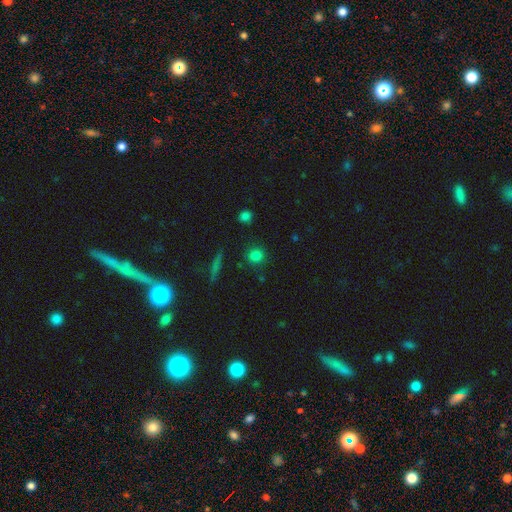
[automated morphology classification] smooth_or_featured: smooth (p=0.80) [alt: star or artifact p=0.14]
how_rounded: round (p=0.87) [alt: in between p=0.11]
merging: none (p=0.85) [alt: minor disturbance p=0.09]